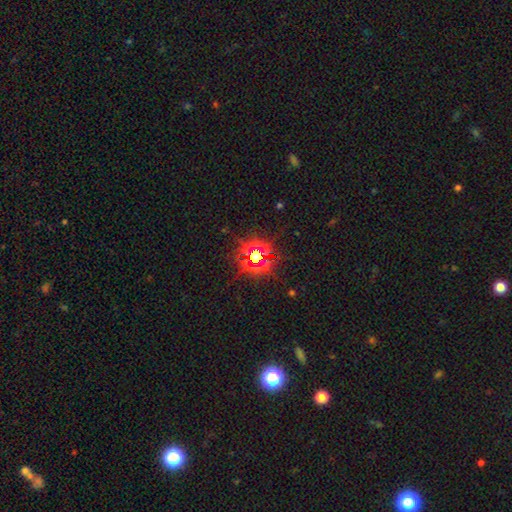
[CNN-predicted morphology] type=star or artifact (78%).